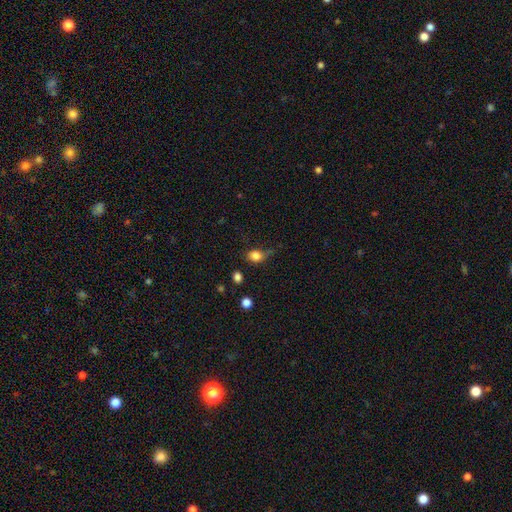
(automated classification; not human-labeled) Morphology: type=smooth (82%); roundness=in between (55%); merging=none (56%).